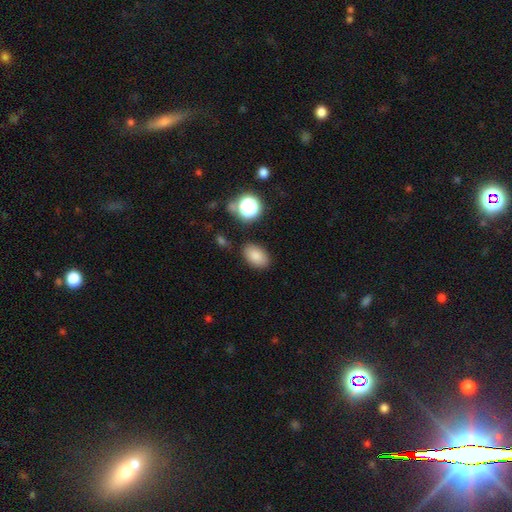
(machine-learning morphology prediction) The model was most divided on "merging": none: 82%, minor disturbance: 11%, major disturbance: 3%, merger: 3%. More confident: how rounded — in between (87%); smooth or featured — smooth (82%).